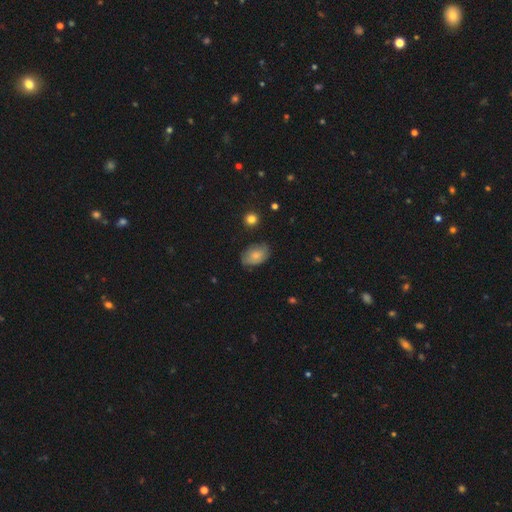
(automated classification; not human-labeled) smooth_or_featured: smooth (p=0.74) [alt: featured or disk p=0.19]
how_rounded: in between (p=0.88) [alt: round p=0.11]
merging: none (p=0.68) [alt: minor disturbance p=0.25]